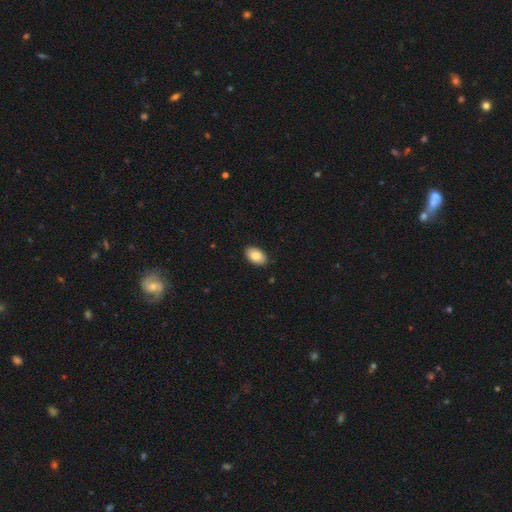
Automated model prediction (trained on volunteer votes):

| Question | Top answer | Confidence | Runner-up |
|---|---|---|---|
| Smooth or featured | smooth | 85% | featured or disk (9%) |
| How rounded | in between | 92% | round (7%) |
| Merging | none | 89% | minor disturbance (9%) |